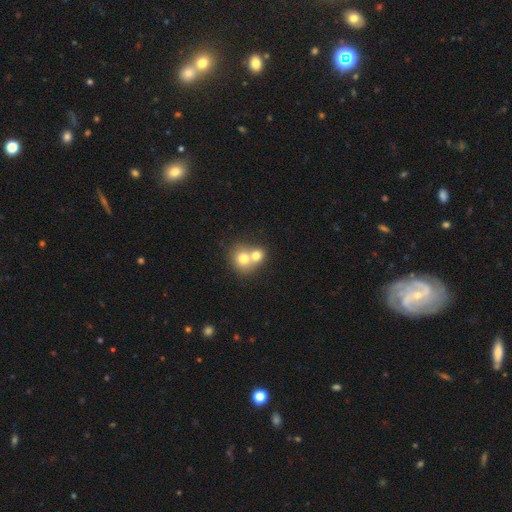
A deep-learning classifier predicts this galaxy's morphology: A smooth galaxy with no disk features (71%) that is round (74%).

Vote fractions:
- Smooth or featured? smooth: 71% / featured or disk: 19% / star or artifact: 10%
- How rounded? round: 74% / in between: 25% / cigar-shaped: 1%
- Merging? merger: 69% / none: 24% / minor disturbance: 5% / major disturbance: 2%